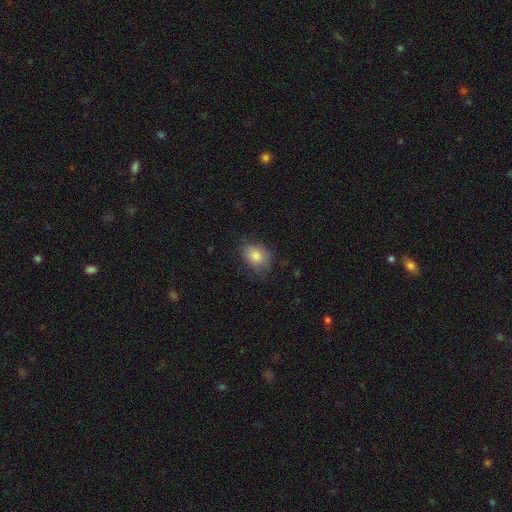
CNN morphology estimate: smooth-or-featured: smooth: 84% | star or artifact: 8% | featured or disk: 8%
  how-rounded: in between: 69% | round: 30% | cigar-shaped: 1%
  merging: none: 70% | minor disturbance: 23% | major disturbance: 6% | merger: 1%